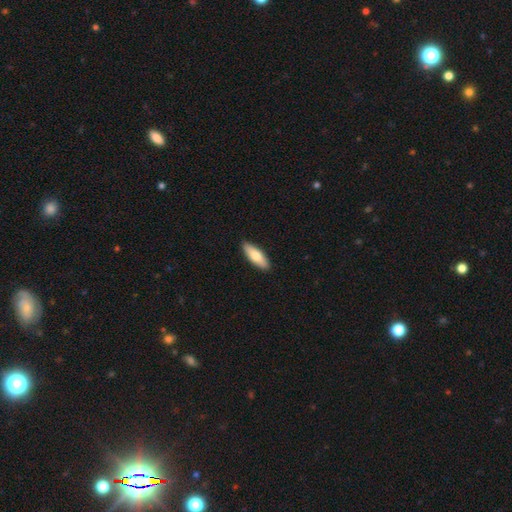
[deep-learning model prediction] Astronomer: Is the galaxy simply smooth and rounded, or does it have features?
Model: smooth — 74%.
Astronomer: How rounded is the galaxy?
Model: in between — 56% (runner-up: cigar-shaped, 42%).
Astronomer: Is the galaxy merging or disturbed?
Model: none — 90%.